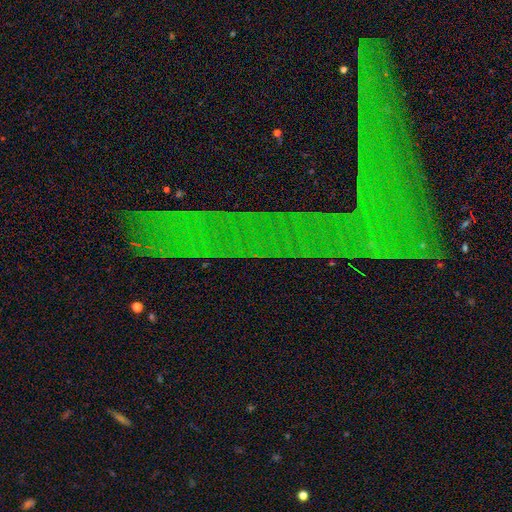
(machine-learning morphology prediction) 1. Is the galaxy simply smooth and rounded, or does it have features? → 76% star or artifact, 14% featured or disk, 10% smooth.